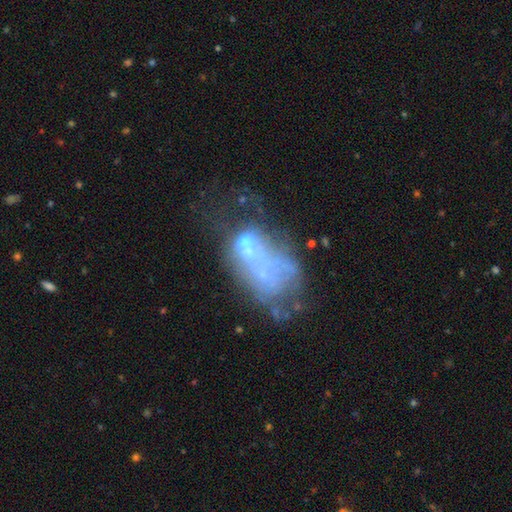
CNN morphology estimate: featured or disk 57%, smooth 26%, star or artifact 17%. Down the decision tree: edge-on disk — no (97%); bar — no (92%); spiral arms — no (92%); bulge size — none (63%); merging — major disturbance (33%).